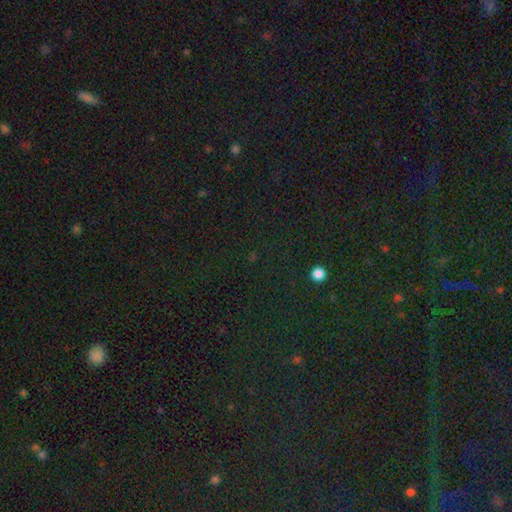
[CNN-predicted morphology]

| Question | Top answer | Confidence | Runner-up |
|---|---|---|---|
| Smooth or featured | star or artifact | 81% | smooth (12%) |